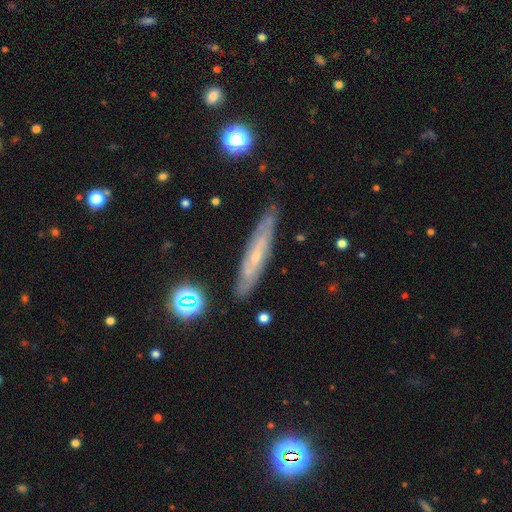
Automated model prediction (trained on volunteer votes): Smooth or featured? Predicted: featured or disk (p=0.62). Edge-on disk? Predicted: yes (p=0.62). Merging? Predicted: none (p=0.81).